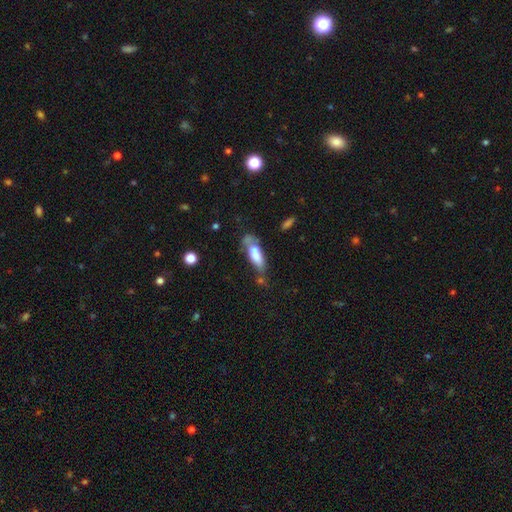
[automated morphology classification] Overall: smooth (69%). How rounded: in between (61%; cigar-shaped 37%). Merging: none (34%; minor disturbance 25%).